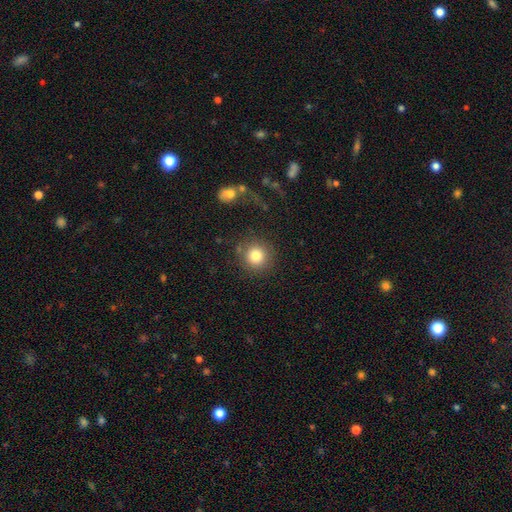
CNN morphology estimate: This is clearly a smooth galaxy (81%). How rounded: clearly round (93%). Merging: clearly none (84%).